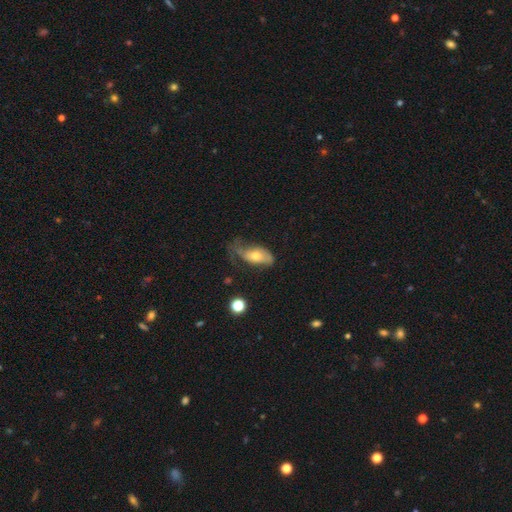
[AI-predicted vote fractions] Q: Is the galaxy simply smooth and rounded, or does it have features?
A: smooth — 54%.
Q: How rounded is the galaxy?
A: in between — 83%.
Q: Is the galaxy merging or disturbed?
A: major disturbance — 35%.